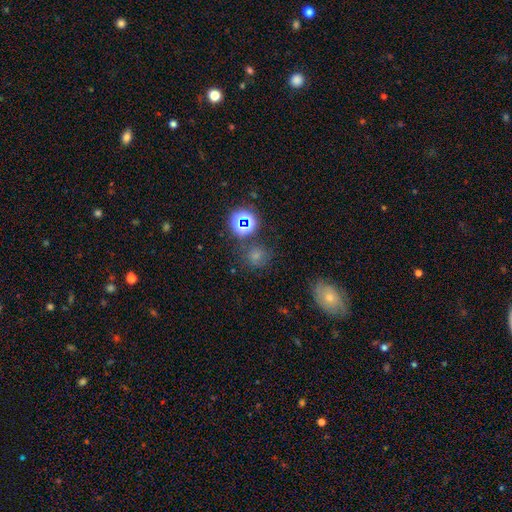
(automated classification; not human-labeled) A smooth galaxy with no disk features (57%) that is round (79%). Merging: none (68%).